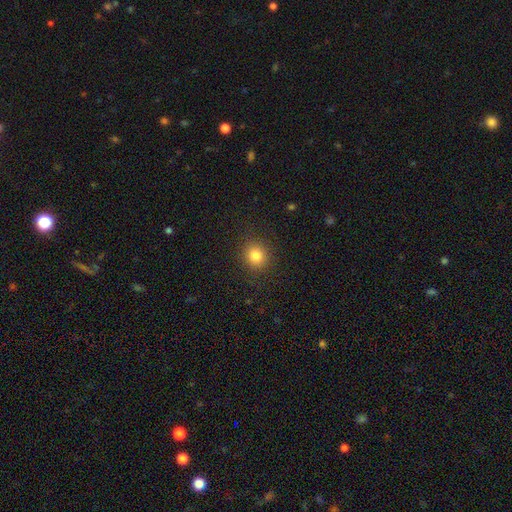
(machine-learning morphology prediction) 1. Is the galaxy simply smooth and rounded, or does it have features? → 82% smooth, 12% star or artifact, 6% featured or disk.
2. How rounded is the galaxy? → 85% round, 14% in between, 1% cigar-shaped.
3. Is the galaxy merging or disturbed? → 90% none, 7% minor disturbance, 3% major disturbance, 1% merger.